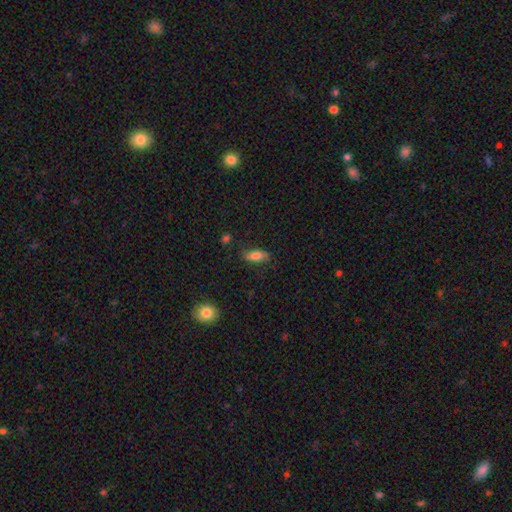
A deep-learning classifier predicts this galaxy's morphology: Q: Smooth or featured?
A: smooth (75%); runner-up: featured or disk (17%)
Q: How rounded?
A: in between (76%); runner-up: cigar-shaped (20%)
Q: Merging?
A: none (77%); runner-up: minor disturbance (17%)